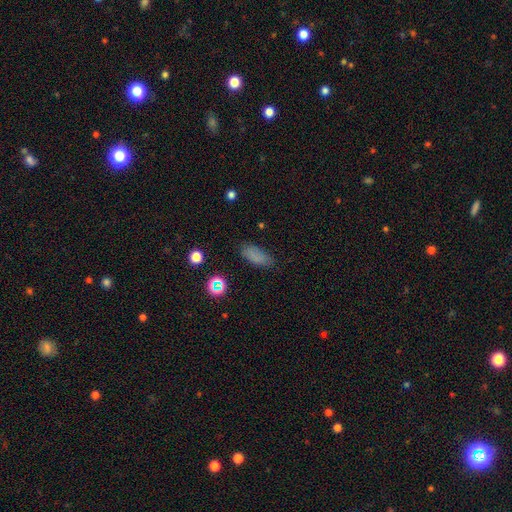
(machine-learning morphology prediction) A smooth galaxy with no disk features (78%) that is in between round and cigar-shaped (81%).

Vote fractions:
- Smooth or featured? smooth: 78% / star or artifact: 14% / featured or disk: 8%
- How rounded? in between: 81% / cigar-shaped: 15% / round: 4%
- Merging? none: 77% / minor disturbance: 17% / major disturbance: 5% / merger: 2%